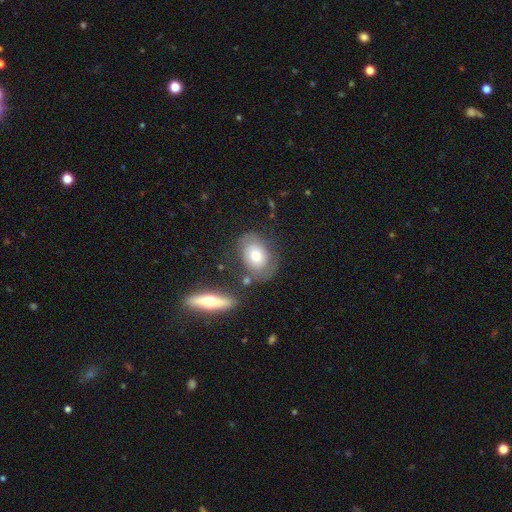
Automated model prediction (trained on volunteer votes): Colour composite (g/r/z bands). It shows a smooth galaxy with no disk features (53%) that is in between round and cigar-shaped (73%). Merging: none (64%).